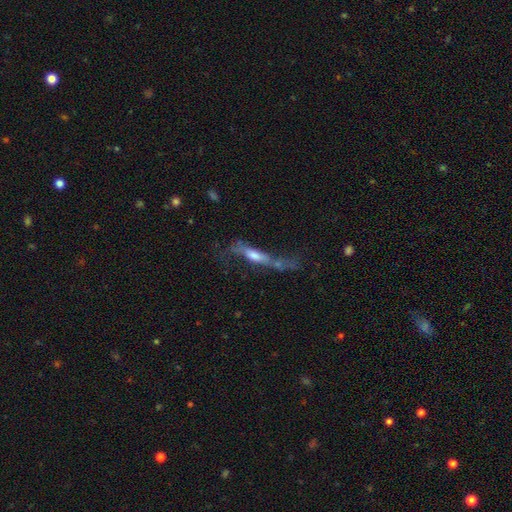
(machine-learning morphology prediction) A featured or disk galaxy (59%) viewed edge-on (66%). Merging: none (34%).